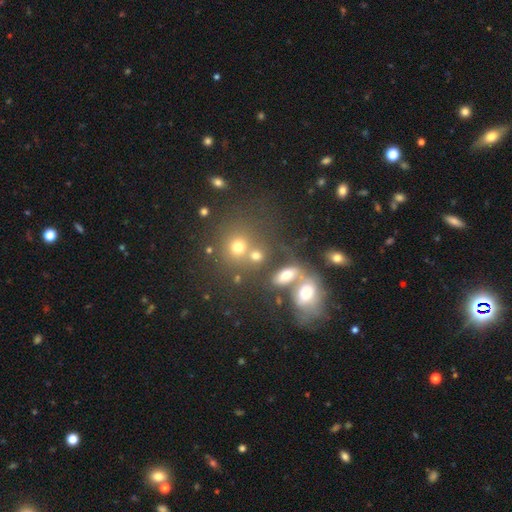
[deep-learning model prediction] Q: Smooth or featured?
A: smooth (69%); runner-up: star or artifact (17%)
Q: How rounded?
A: round (65%); runner-up: in between (32%)
Q: Merging?
A: none (47%); runner-up: merger (36%)